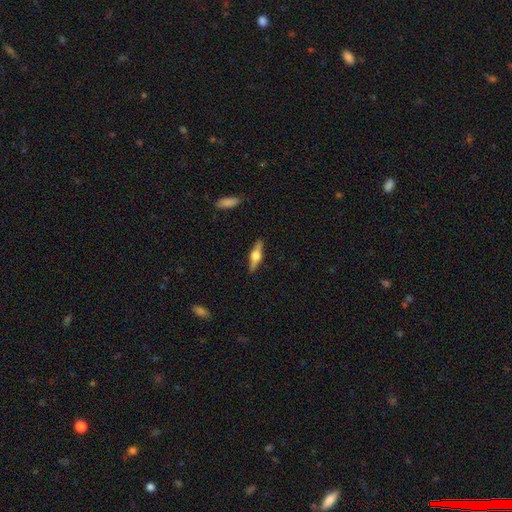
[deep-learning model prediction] Q: Smooth or featured?
A: featured or disk (68%); runner-up: smooth (27%)
Q: Edge-on disk?
A: yes (97%); runner-up: no (3%)
Q: Edge-on bulge?
A: rounded (94%); runner-up: boxy (4%)
Q: Merging?
A: none (89%); runner-up: minor disturbance (8%)